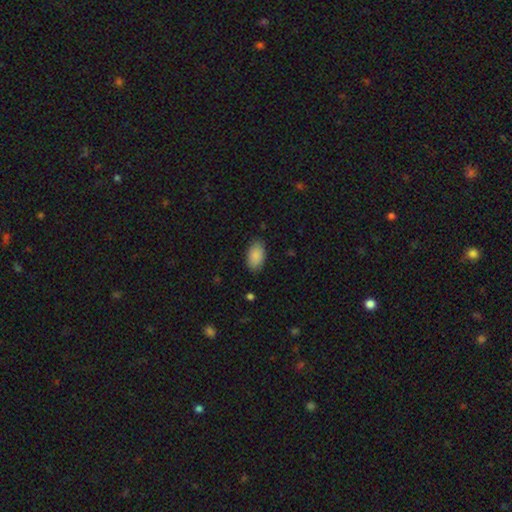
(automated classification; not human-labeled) The model was most divided on "merging": none: 84%, minor disturbance: 12%, major disturbance: 3%, merger: 1%. More confident: how rounded — in between (93%); smooth or featured — smooth (88%).